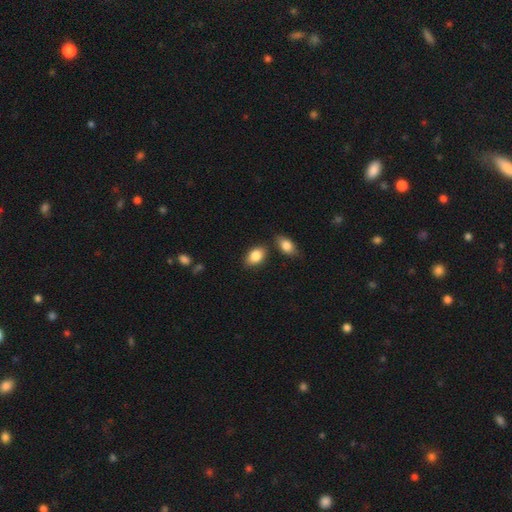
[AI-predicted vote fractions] Smooth or featured? smooth (86%)
How rounded? in between (87%)
Merging? none (76%)